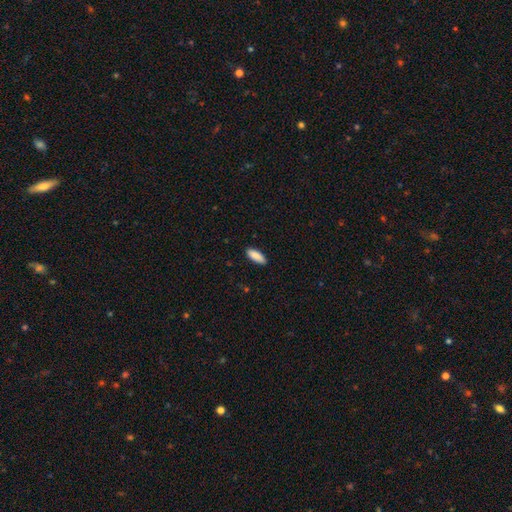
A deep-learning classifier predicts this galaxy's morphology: Smooth or featured? smooth (89%)
How rounded? in between (73%)
Merging? none (87%)